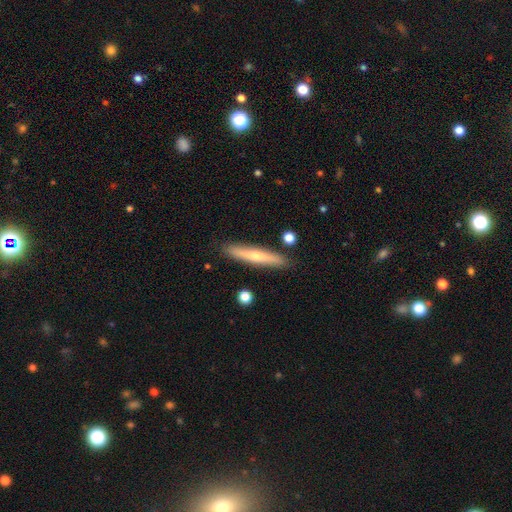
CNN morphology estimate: Smooth or featured: smooth — 48% (featured or disk — 46%)
Merging: none — 88% (minor disturbance — 8%)